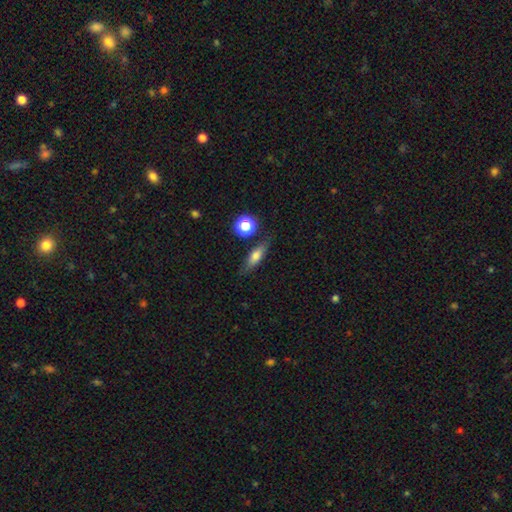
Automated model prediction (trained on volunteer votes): smooth-or-featured: smooth: 65% | featured or disk: 25% | star or artifact: 10%
  how-rounded: in between: 46% (tied) | cigar-shaped: 46% (tied) | round: 8%
  merging: none: 78% | minor disturbance: 14% | merger: 4% | major disturbance: 4%